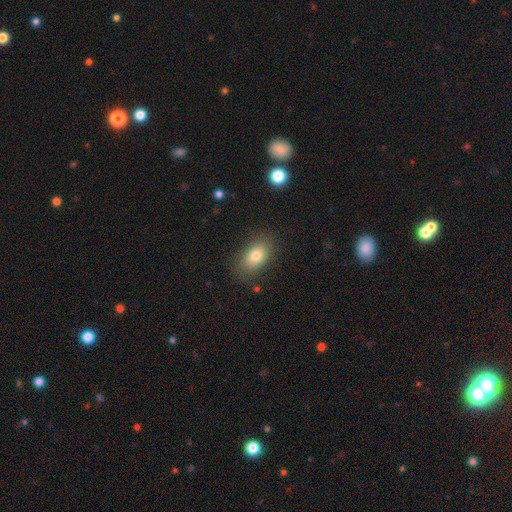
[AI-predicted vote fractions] Morphology: type=smooth (80%); roundness=in between (87%); merging=none (82%).